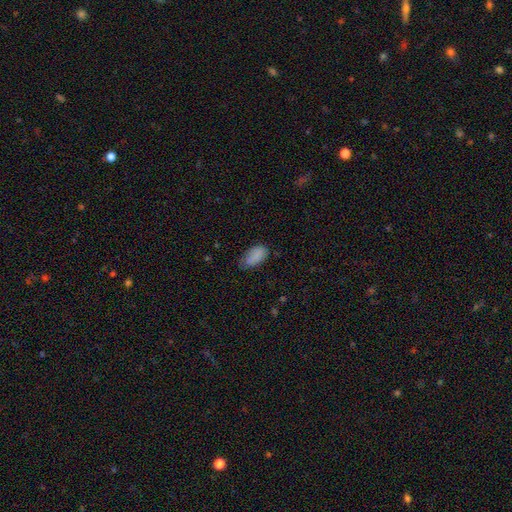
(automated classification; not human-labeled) smooth 86%, star or artifact 7%, featured or disk 7%. Down the decision tree: how rounded — in between (94%); merging — none (59%).